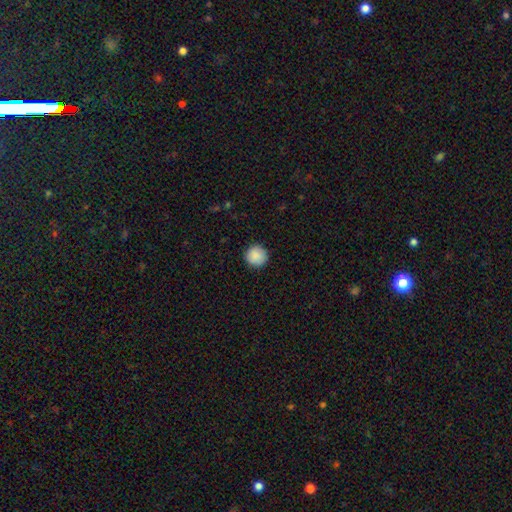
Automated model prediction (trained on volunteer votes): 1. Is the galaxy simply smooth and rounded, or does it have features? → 89% smooth, 7% star or artifact, 3% featured or disk.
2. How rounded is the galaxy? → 96% round, 3% in between, 1% cigar-shaped.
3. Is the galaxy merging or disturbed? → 92% none, 6% minor disturbance, 2% major disturbance, 1% merger.